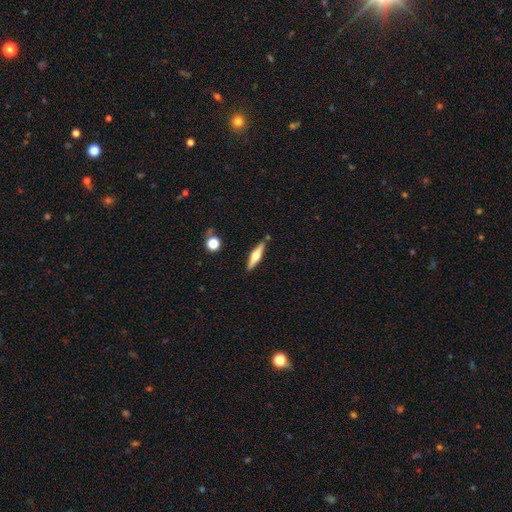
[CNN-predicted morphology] Overall: featured or disk (59%; smooth 35%). Edge-on disk: yes (96%). Edge-on bulge: rounded (90%). Merging: none (85%).